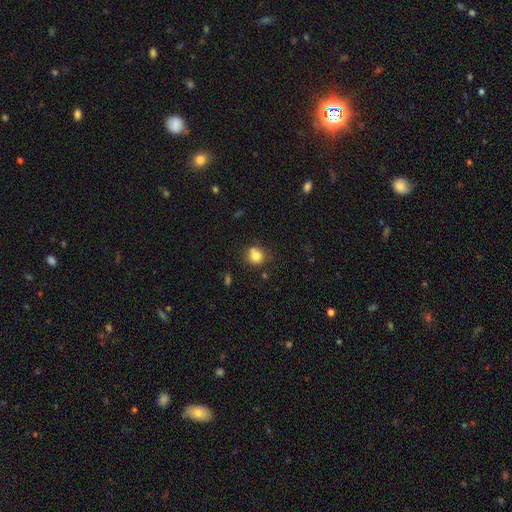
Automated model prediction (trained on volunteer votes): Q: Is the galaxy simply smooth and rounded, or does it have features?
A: smooth — 82%.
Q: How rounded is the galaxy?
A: round — 82%.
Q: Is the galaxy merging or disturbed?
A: none — 71%.